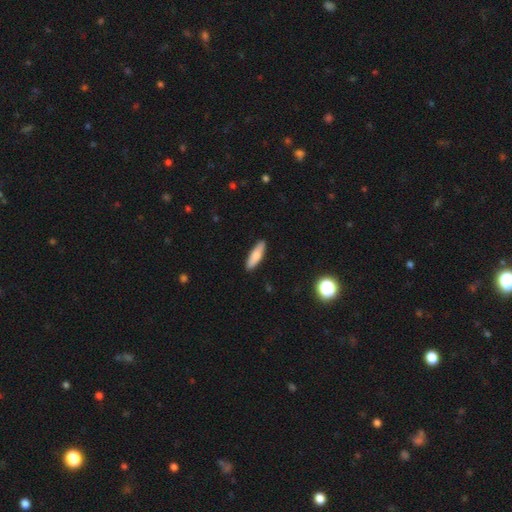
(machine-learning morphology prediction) type=smooth (76%); roundness=cigar-shaped (61%); merging=none (89%).